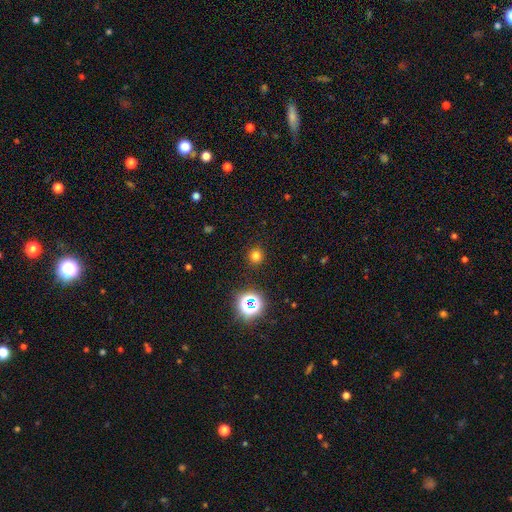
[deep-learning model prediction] Smooth or featured: smooth — 74% (star or artifact — 21%)
How rounded: round — 92% (in between — 7%)
Merging: none — 90% (minor disturbance — 6%)